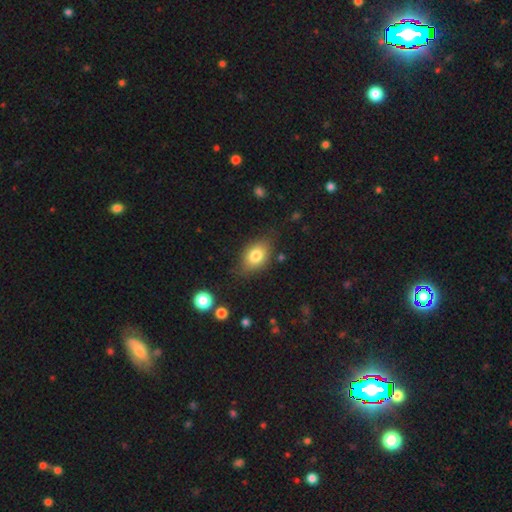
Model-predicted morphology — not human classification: Smooth or featured? Predicted: smooth (p=0.79). How rounded? Predicted: in between (p=0.78). Merging? Predicted: none (p=0.74).